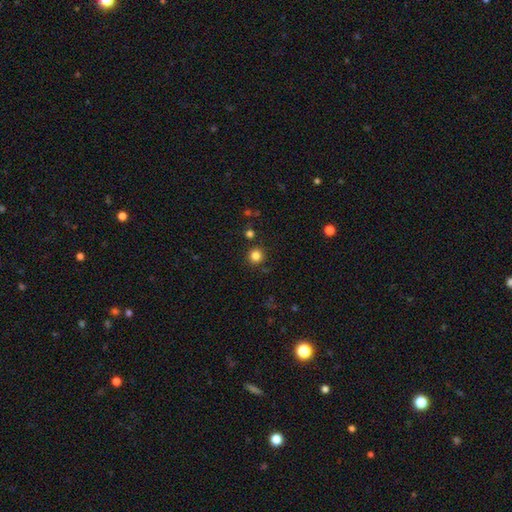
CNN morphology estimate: This is clearly a smooth galaxy (83%). How rounded: clearly round (94%). Merging: clearly none (89%).